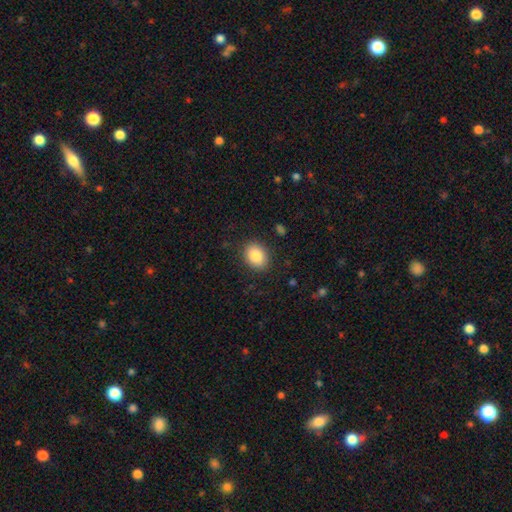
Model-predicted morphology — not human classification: A smooth galaxy with no disk features (86%) that is in between round and cigar-shaped (62%). Merging: none (87%).